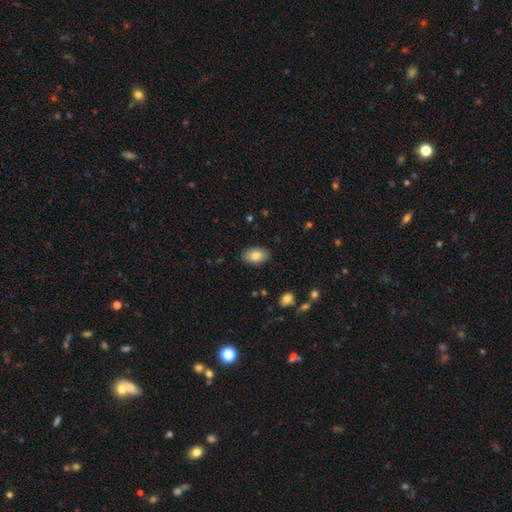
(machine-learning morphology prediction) A smooth galaxy with no disk features (83%) that is in between round and cigar-shaped (92%). Merging: none (88%).